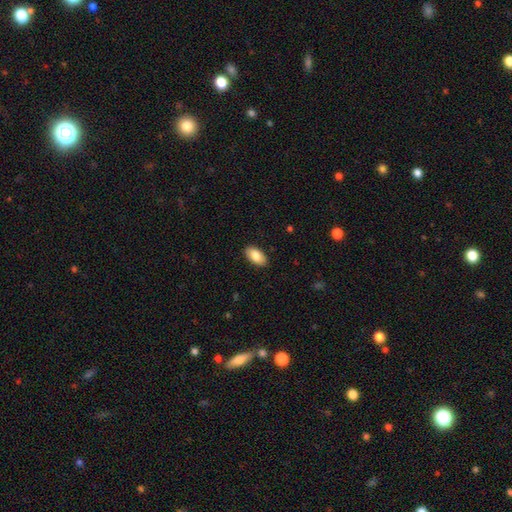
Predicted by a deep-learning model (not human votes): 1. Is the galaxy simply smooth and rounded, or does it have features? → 84% smooth, 10% featured or disk, 6% star or artifact.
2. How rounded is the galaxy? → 94% in between, 3% round, 3% cigar-shaped.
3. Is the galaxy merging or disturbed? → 89% none, 8% minor disturbance, 2% major disturbance, 1% merger.